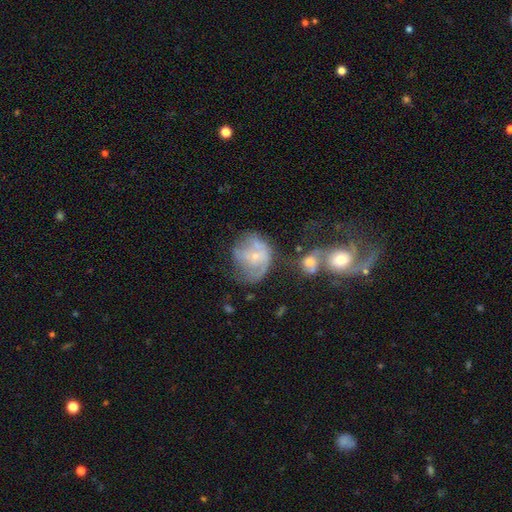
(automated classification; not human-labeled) Q: Smooth or featured?
A: featured or disk (59%); runner-up: smooth (31%)
Q: Edge-on disk?
A: no (97%); runner-up: yes (3%)
Q: Bar?
A: no (75%); runner-up: weak (21%)
Q: Spiral arms?
A: yes (57%); runner-up: no (43%)
Q: Bulge size?
A: small (73%); runner-up: moderate (19%)
Q: Merging?
A: none (31%); runner-up: major disturbance (26%)